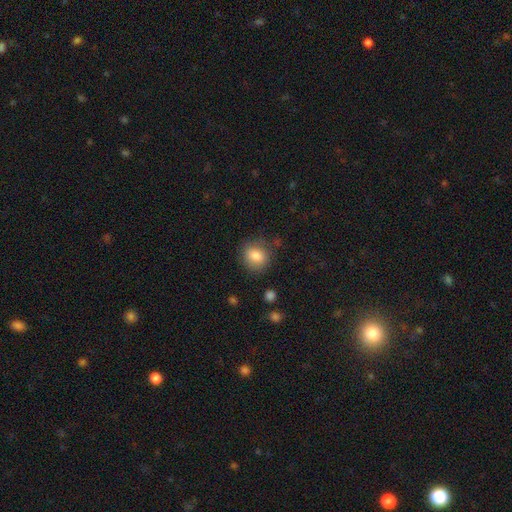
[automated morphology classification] smooth-or-featured: smooth: 84% | star or artifact: 9% | featured or disk: 7%
  how-rounded: round: 63% | in between: 36% | cigar-shaped: 1%
  merging: none: 75% | minor disturbance: 17% | major disturbance: 6% | merger: 2%